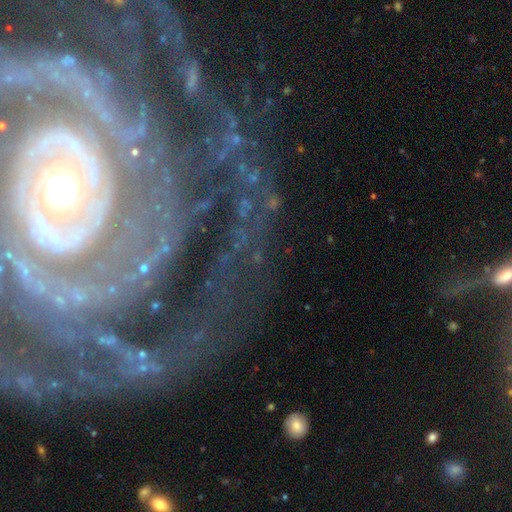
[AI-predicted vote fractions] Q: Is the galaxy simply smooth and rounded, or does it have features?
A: featured or disk — 79%.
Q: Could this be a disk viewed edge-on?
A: no — 93%.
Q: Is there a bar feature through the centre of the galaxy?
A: no — 38%.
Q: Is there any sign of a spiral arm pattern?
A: yes — 91%.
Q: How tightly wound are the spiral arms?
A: tight — 66%.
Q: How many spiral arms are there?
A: can't tell — 26%.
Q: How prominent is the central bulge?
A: small — 47%.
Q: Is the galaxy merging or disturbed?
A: none — 70%.